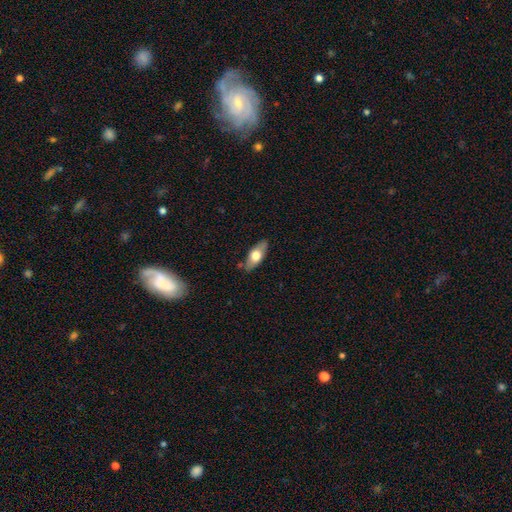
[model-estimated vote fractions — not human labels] A smooth galaxy with no disk features (61%) that is in between round and cigar-shaped (81%). Merging: none (81%).